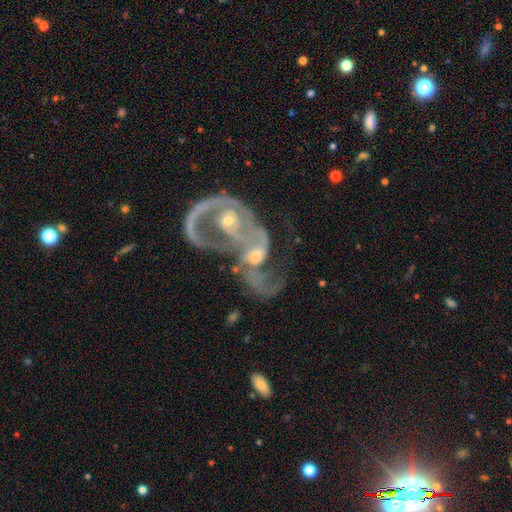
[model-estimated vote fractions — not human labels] This appears to be a featured or disk galaxy (82%) with no bar (67%), 2 (52%) loose (44%) spiral arms (86%) and a moderate central bulge (54%). Merging: merger (78%).